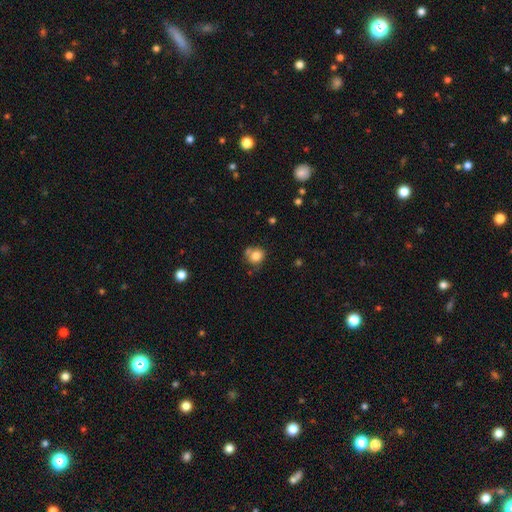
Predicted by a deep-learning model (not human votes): smooth_or_featured: smooth (p=0.81) [alt: star or artifact p=0.11]
how_rounded: round (p=0.78) [alt: in between p=0.21]
merging: none (p=0.60) [alt: minor disturbance p=0.18]